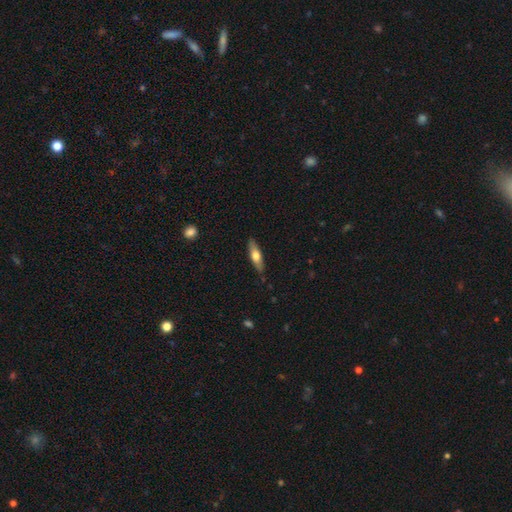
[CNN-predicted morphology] Smooth or featured? Predicted: smooth (p=0.55). How rounded? Predicted: cigar-shaped (p=0.61). Merging? Predicted: none (p=0.87).